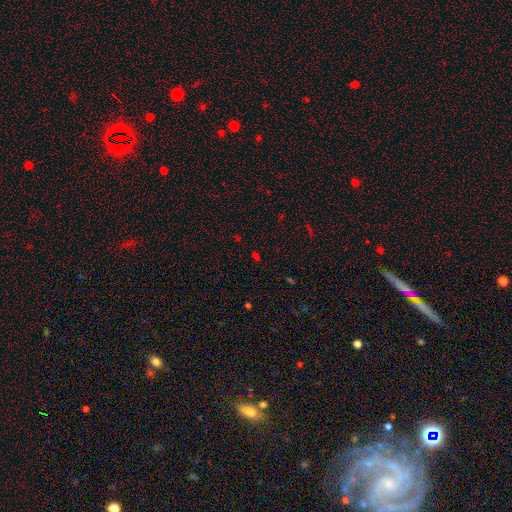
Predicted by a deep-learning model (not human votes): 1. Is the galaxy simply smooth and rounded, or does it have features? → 58% star or artifact, 35% smooth, 8% featured or disk.